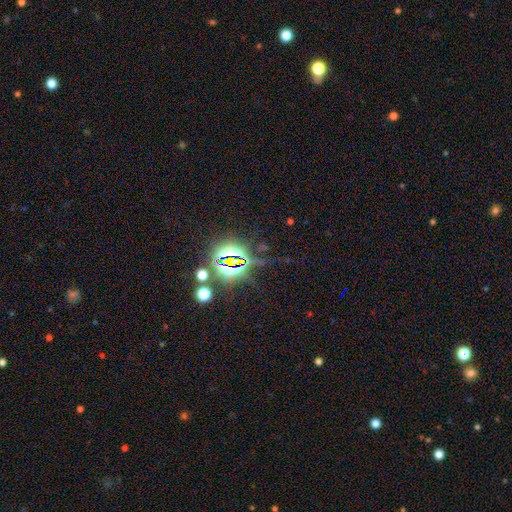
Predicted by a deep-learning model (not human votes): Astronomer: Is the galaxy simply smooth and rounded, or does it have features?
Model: star or artifact — 84%.